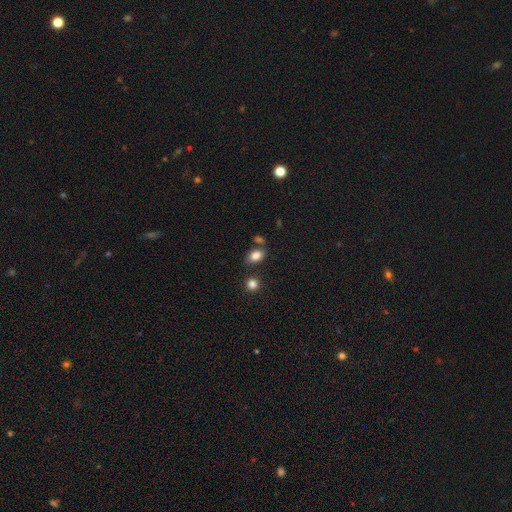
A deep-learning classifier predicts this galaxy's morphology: Smooth or featured?
  - smooth: 84% *
  - star or artifact: 10%
  - featured or disk: 6%
How rounded?
  - in between: 79% *
  - round: 19%
  - cigar-shaped: 2%
Merging?
  - none: 70% *
  - minor disturbance: 13%
  - merger: 13%
  - major disturbance: 4%